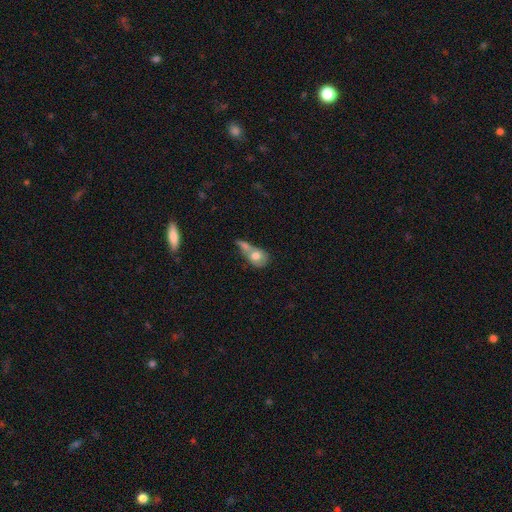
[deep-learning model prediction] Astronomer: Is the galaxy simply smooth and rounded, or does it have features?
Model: smooth — 68%.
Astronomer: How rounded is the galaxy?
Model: round — 49% (runner-up: in between, 48%).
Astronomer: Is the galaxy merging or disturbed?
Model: merger — 57%.